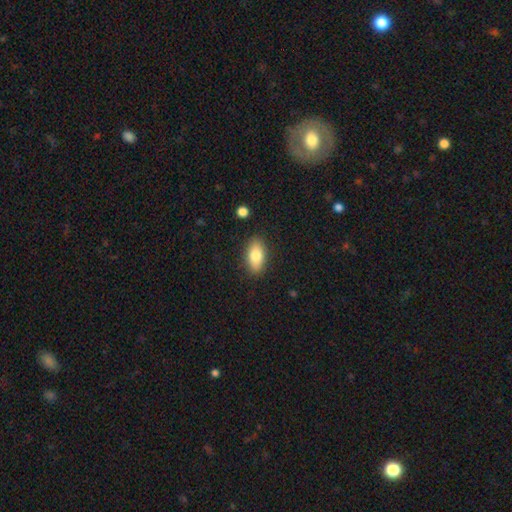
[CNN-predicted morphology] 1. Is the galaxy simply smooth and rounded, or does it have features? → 79% smooth, 14% featured or disk, 7% star or artifact.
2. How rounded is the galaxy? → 89% in between, 6% cigar-shaped, 5% round.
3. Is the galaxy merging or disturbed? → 86% none, 10% minor disturbance, 2% major disturbance, 2% merger.